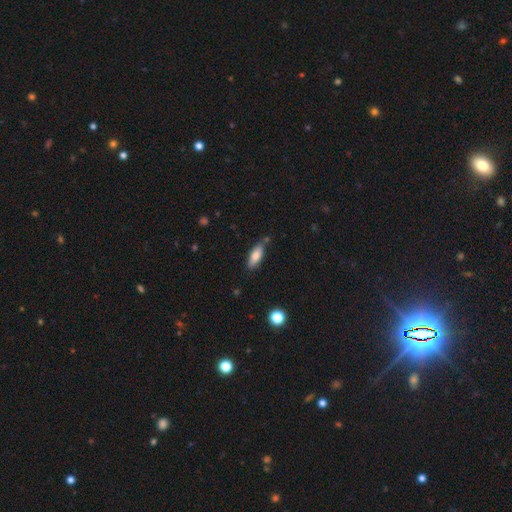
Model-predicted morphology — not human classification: Smooth or featured? smooth (79%)
How rounded? in between (66%)
Merging? none (74%)